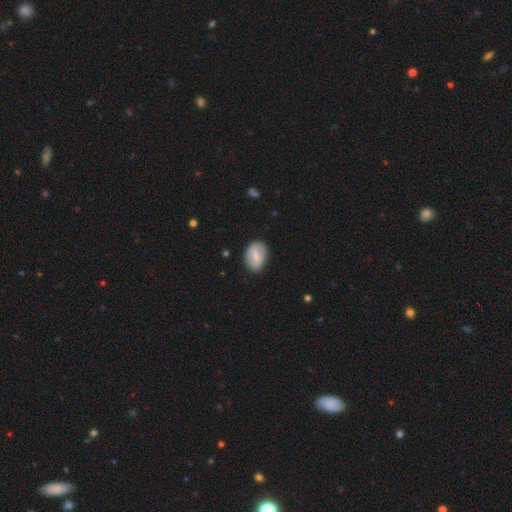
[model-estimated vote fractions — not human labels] A smooth galaxy with no disk features (58%) that is in between round and cigar-shaped (76%).

Vote fractions:
- Smooth or featured? smooth: 58% / featured or disk: 35% / star or artifact: 6%
- How rounded? in between: 76% / round: 23% / cigar-shaped: 1%
- Merging? none: 83% / minor disturbance: 13% / major disturbance: 3% / merger: 1%